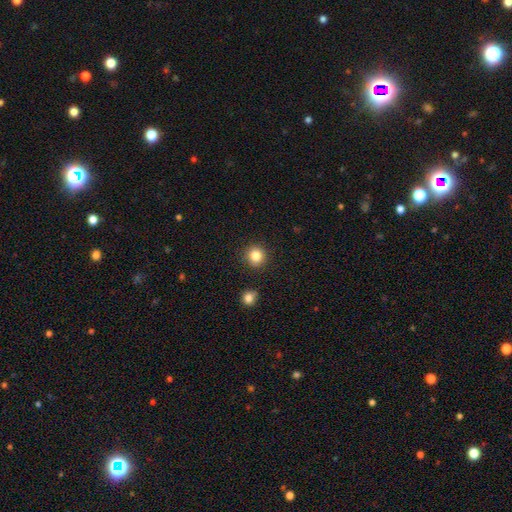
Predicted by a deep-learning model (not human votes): smooth 83%, star or artifact 11%, featured or disk 6%. Down the decision tree: how rounded — round (93%); merging — none (90%).